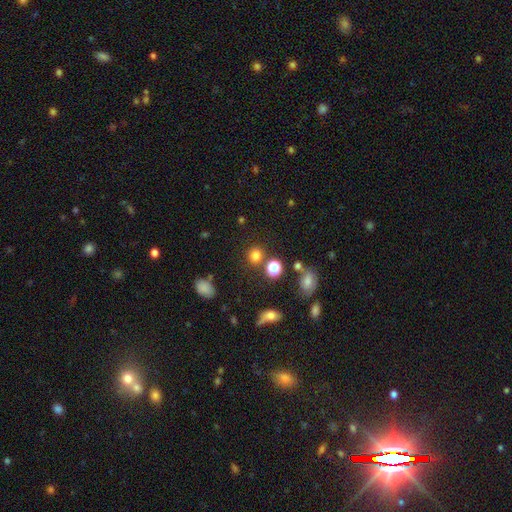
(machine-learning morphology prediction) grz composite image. It shows a smooth galaxy with no disk features (77%) that is round (85%). Merging: none (79%).